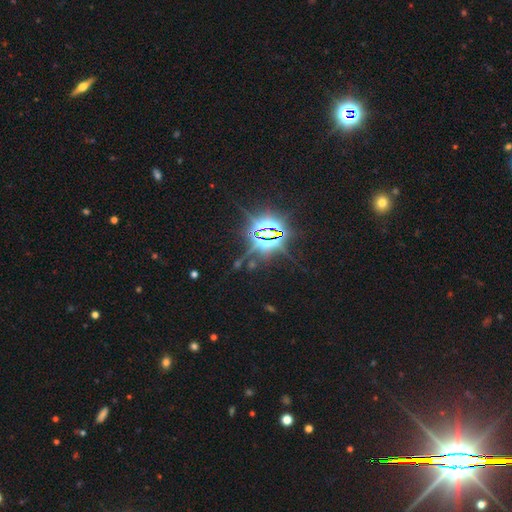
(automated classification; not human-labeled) Overall: star or artifact (84%).